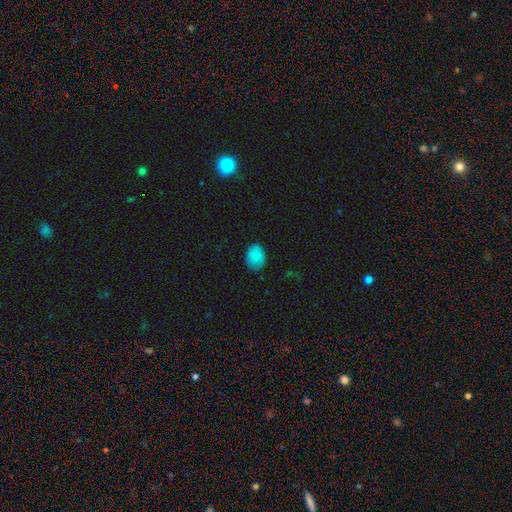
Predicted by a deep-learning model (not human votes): smooth 86%, star or artifact 8%, featured or disk 6%. Down the decision tree: how rounded — in between (63%); merging — none (82%).